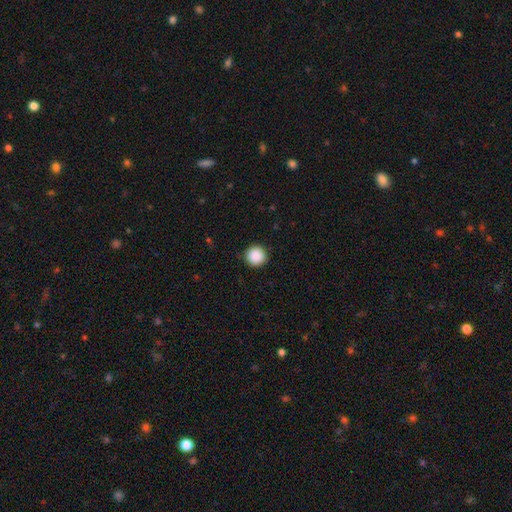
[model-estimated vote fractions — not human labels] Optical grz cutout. It shows a smooth galaxy with no disk features (89%) that is round (96%). Merging: none (91%).